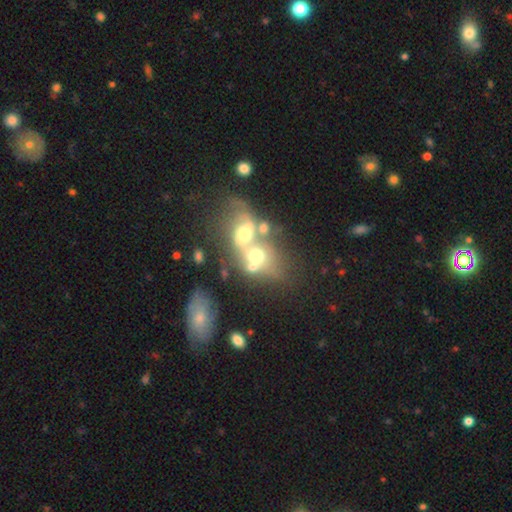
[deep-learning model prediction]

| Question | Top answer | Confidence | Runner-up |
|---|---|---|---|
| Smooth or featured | featured or disk | 46% | smooth (38%) |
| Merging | merger | 74% | none (13%) |